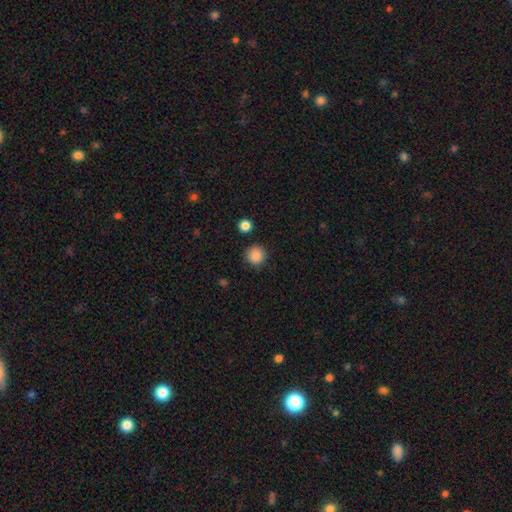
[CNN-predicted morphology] Smooth or featured? Predicted: smooth (p=0.87). How rounded? Predicted: round (p=0.94). Merging? Predicted: none (p=0.87).